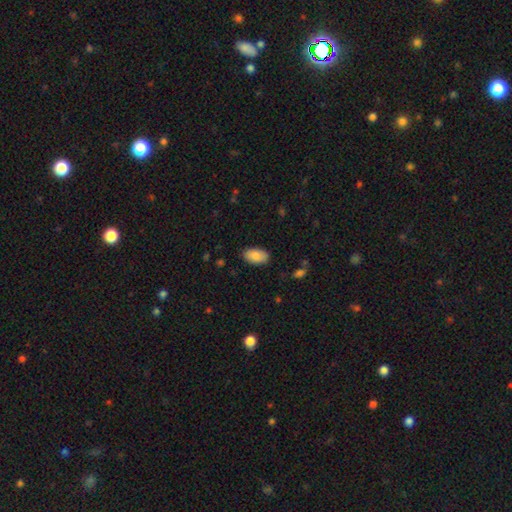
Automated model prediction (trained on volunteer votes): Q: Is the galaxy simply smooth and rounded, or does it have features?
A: smooth — 87%.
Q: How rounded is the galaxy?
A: in between — 95%.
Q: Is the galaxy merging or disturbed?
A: none — 86%.